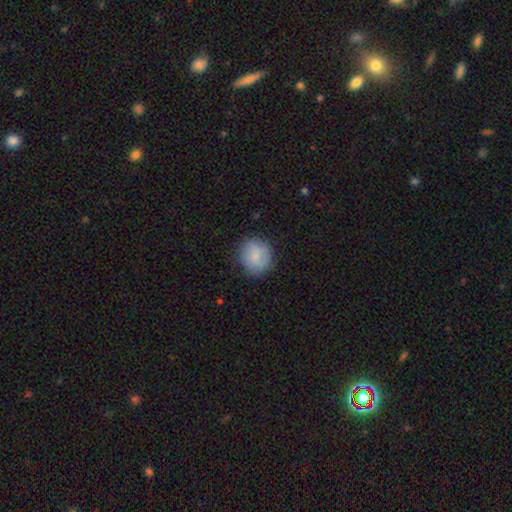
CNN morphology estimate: smooth-or-featured: smooth: 74% | featured or disk: 19% | star or artifact: 7%
  how-rounded: round: 88% | in between: 11% | cigar-shaped: 1%
  merging: none: 82% | minor disturbance: 13% | major disturbance: 4% | merger: 1%